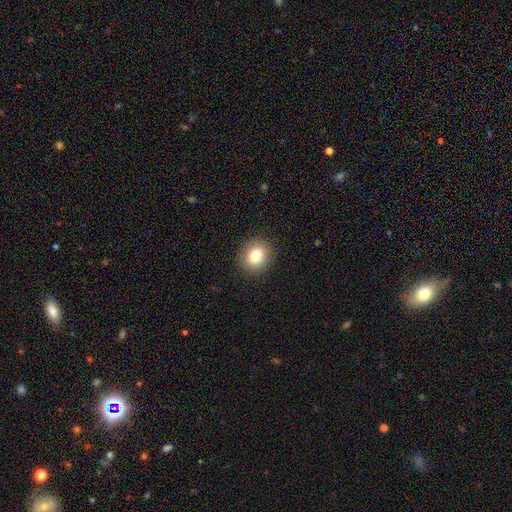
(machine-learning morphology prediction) Smooth or featured? Predicted: smooth (p=0.81). How rounded? Predicted: round (p=0.72). Merging? Predicted: none (p=0.90).